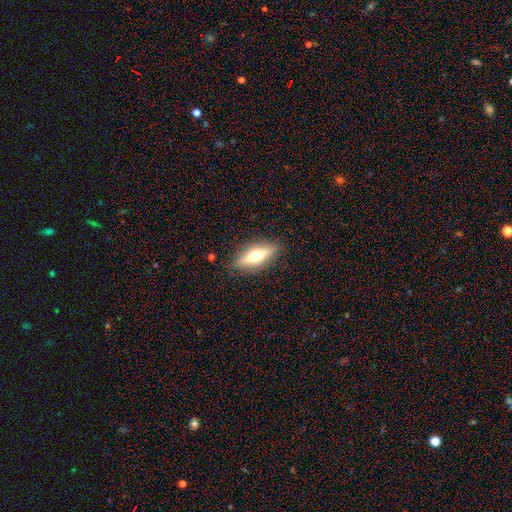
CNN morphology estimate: Smooth or featured? Predicted: featured or disk (p=0.49). Merging? Predicted: none (p=0.87).